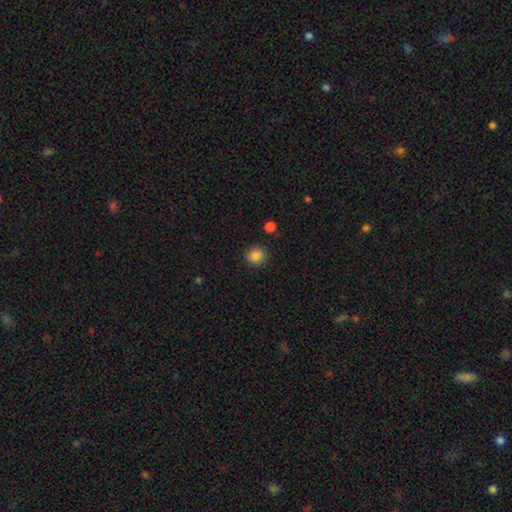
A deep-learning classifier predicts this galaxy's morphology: smooth 87%, star or artifact 10%, featured or disk 3%. Down the decision tree: how rounded — round (92%); merging — none (90%).